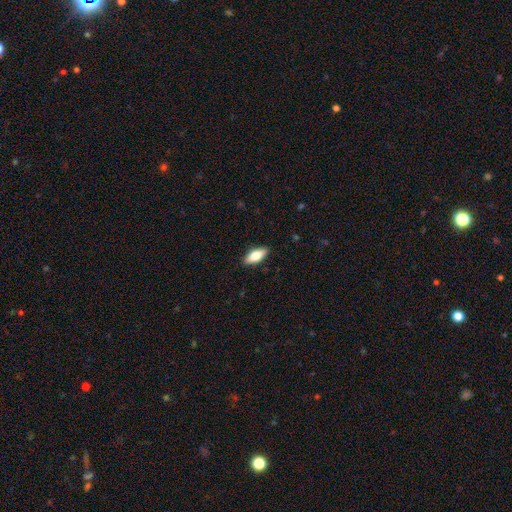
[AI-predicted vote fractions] A smooth galaxy with no disk features (70%) that is in between round and cigar-shaped (77%). Merging: none (89%).